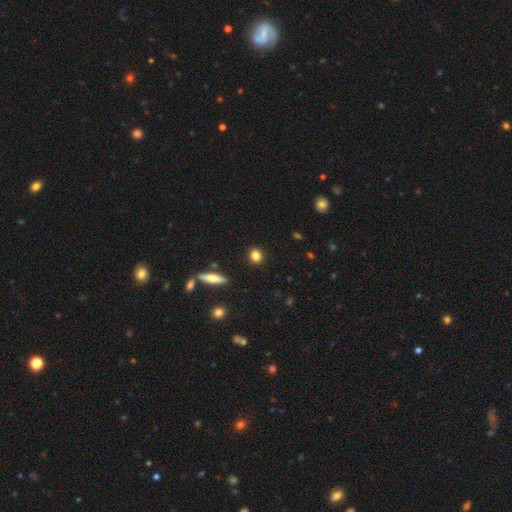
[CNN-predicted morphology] smooth 84%, star or artifact 10%, featured or disk 7%. Down the decision tree: how rounded — round (68%); merging — none (89%).